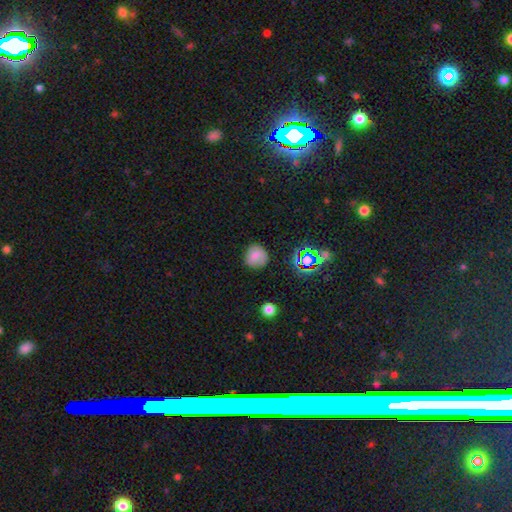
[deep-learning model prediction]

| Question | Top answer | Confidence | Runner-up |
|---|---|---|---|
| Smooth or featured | smooth | 72% | star or artifact (15%) |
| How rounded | round | 85% | in between (14%) |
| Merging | none | 77% | minor disturbance (17%) |